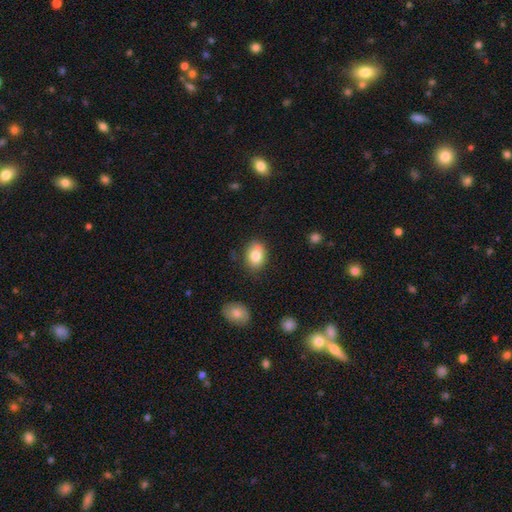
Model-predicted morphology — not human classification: Smooth or featured?
  - smooth: 81% *
  - featured or disk: 10%
  - star or artifact: 8%
How rounded?
  - in between: 79% *
  - round: 20%
  - cigar-shaped: 1%
Merging?
  - none: 77% *
  - minor disturbance: 17%
  - major disturbance: 3%
  - merger: 3%